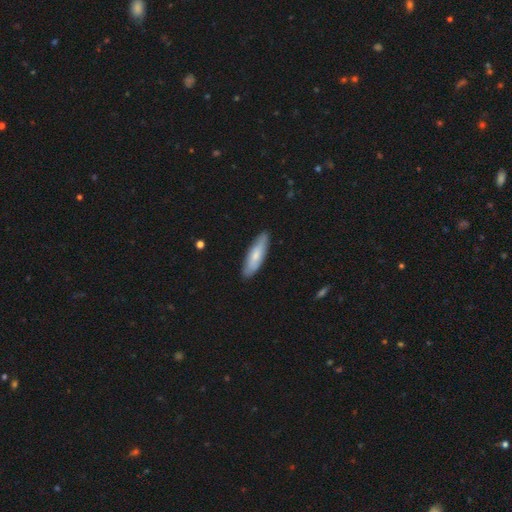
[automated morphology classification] smooth 67%, featured or disk 28%, star or artifact 5%. Down the decision tree: how rounded — cigar-shaped (53%); merging — none (86%).